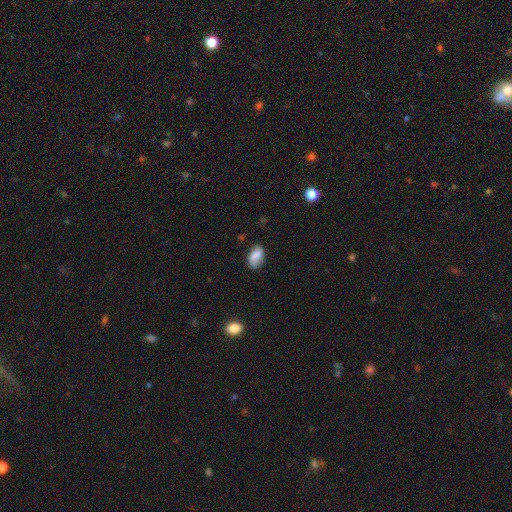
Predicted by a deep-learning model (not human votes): Morphology: type=smooth (79%); roundness=in between (90%); merging=none (69%).